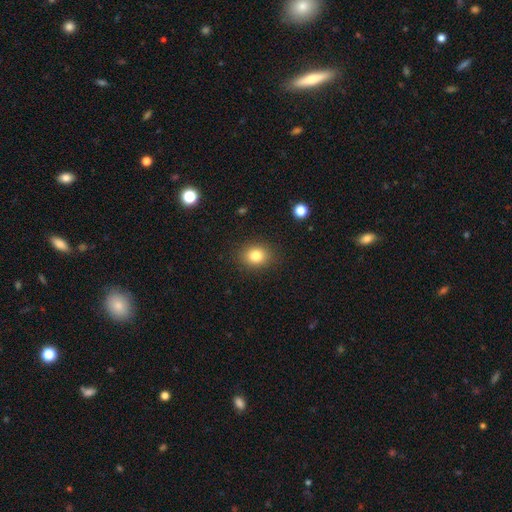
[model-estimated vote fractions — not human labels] The model was most divided on "how rounded": round: 62%, in between: 37%, cigar-shaped: 1%. More confident: merging — none (88%); smooth or featured — smooth (81%).